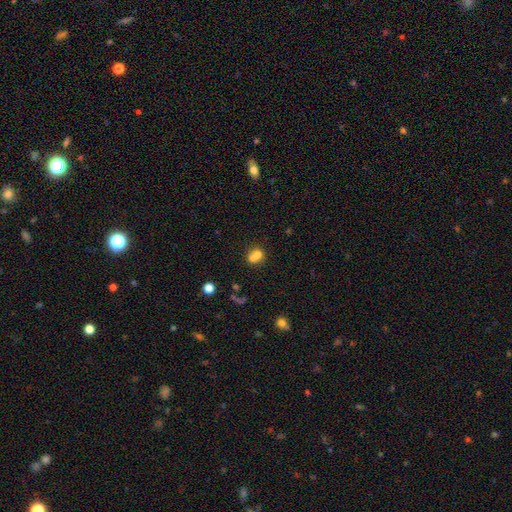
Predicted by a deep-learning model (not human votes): smooth-or-featured: smooth: 68% | featured or disk: 19% | star or artifact: 13%
  how-rounded: round: 68% | in between: 31% | cigar-shaped: 1%
  merging: merger: 63% | none: 28% | minor disturbance: 6% | major disturbance: 3%